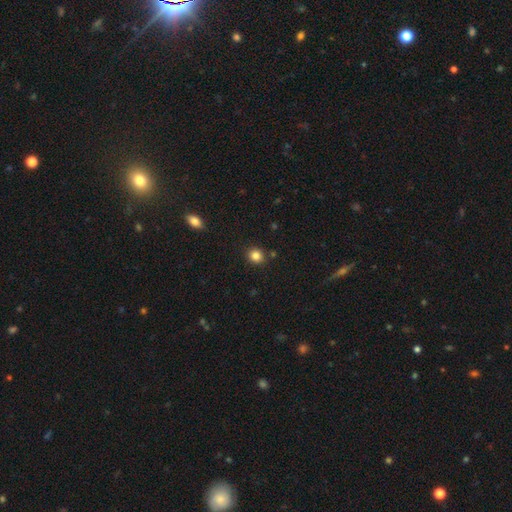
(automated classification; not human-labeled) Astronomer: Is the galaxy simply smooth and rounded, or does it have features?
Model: smooth — 84%.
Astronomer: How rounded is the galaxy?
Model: round — 82%.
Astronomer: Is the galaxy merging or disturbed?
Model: none — 88%.